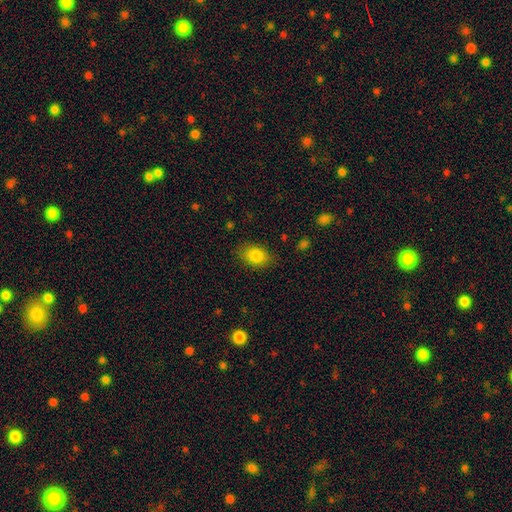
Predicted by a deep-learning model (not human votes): A smooth galaxy with no disk features (84%) that is in between round and cigar-shaped (79%). Merging: none (82%).